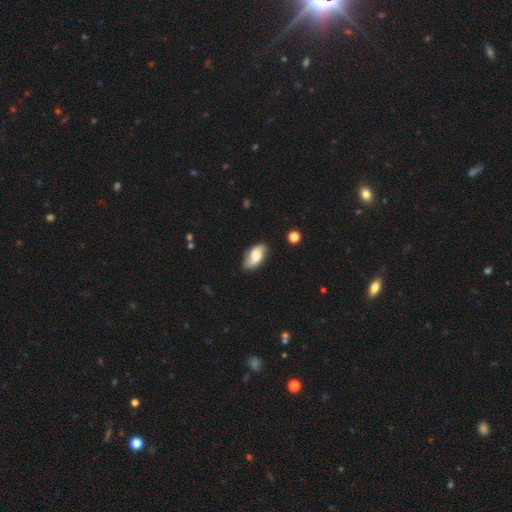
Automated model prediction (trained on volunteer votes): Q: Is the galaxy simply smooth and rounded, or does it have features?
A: smooth — 57%.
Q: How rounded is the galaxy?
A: in between — 91%.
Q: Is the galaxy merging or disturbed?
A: none — 77%.